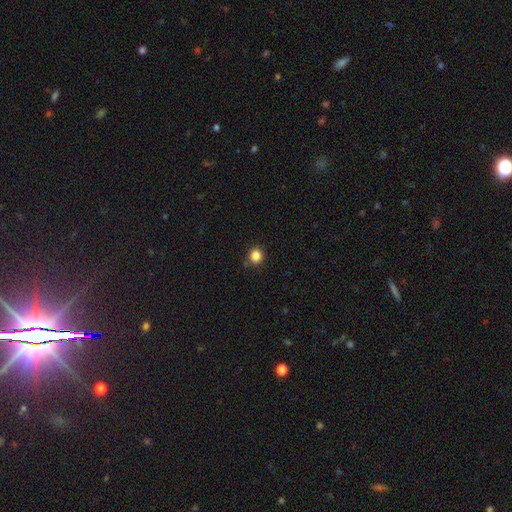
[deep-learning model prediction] Overall: smooth (85%). How rounded: round (88%). Merging: none (85%).